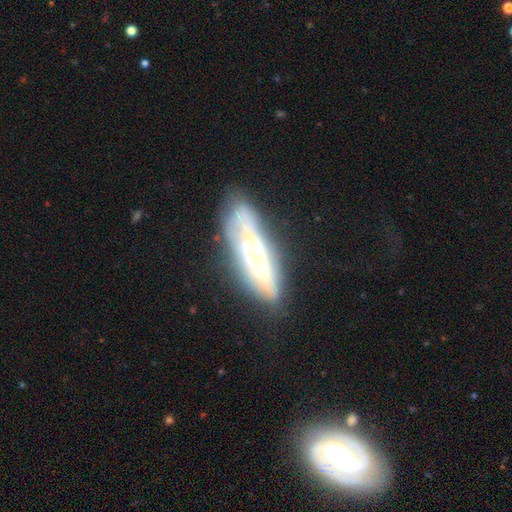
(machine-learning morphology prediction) This appears to be a featured or disk galaxy (64%). Merging: none (68%).